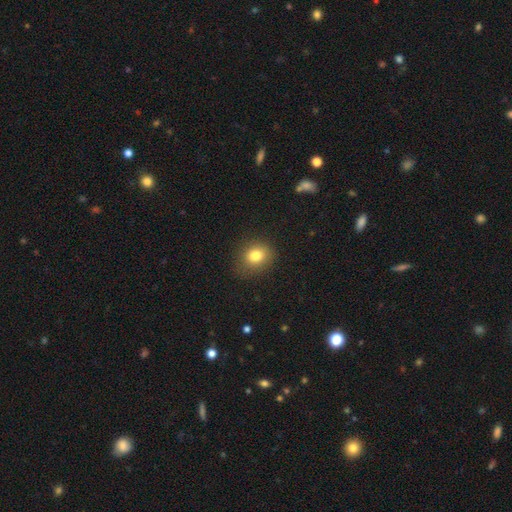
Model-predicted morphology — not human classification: Smooth or featured? smooth (80%)
How rounded? round (68%)
Merging? none (81%)